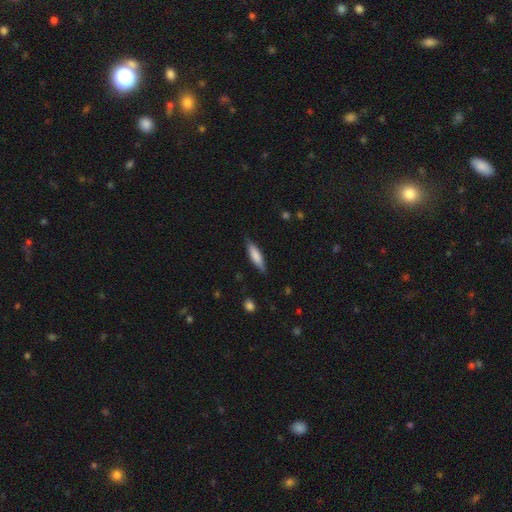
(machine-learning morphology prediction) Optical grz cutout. It shows a smooth galaxy with no disk features (77%) that is cigar-shaped (68%). Merging: none (83%).